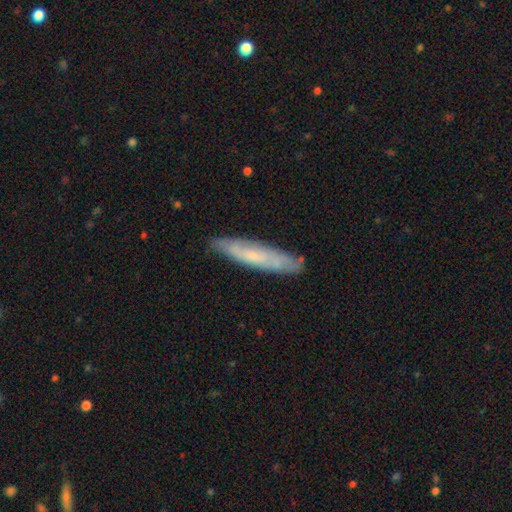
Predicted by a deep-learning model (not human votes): A featured or disk galaxy (50%) viewed edge-on (57%).

Vote fractions:
- Smooth or featured? featured or disk: 50% / smooth: 42% / star or artifact: 7%
- Edge-on disk? yes: 57% / no: 43%
- Merging? none: 83% / minor disturbance: 13% / major disturbance: 2% / merger: 1%